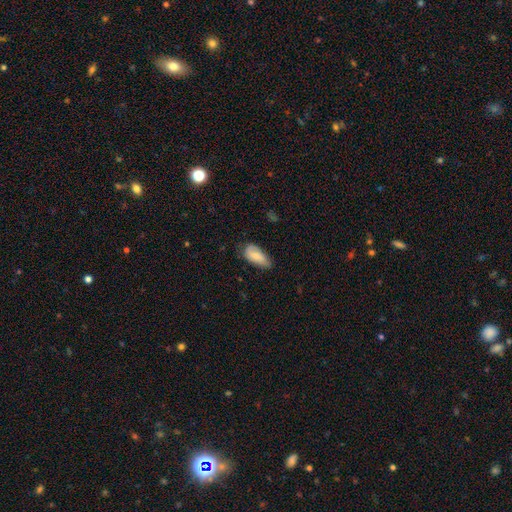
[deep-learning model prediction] smooth-or-featured: smooth: 76% | featured or disk: 17% | star or artifact: 6%
  how-rounded: in between: 91% | cigar-shaped: 7% | round: 3%
  merging: none: 53% | minor disturbance: 37% | major disturbance: 8% | merger: 2%